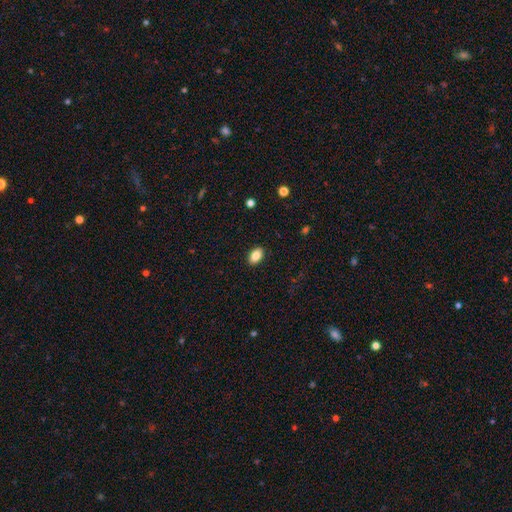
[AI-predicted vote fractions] smooth 85%, star or artifact 8%, featured or disk 7%. Down the decision tree: how rounded — in between (90%); merging — none (89%).